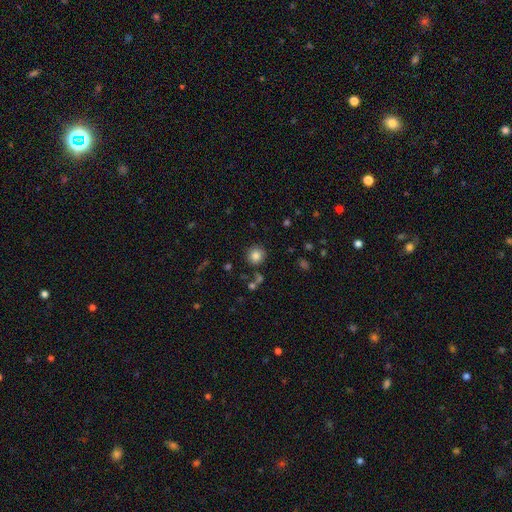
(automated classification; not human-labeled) Morphology: type=smooth (83%); roundness=round (92%); merging=none (84%).